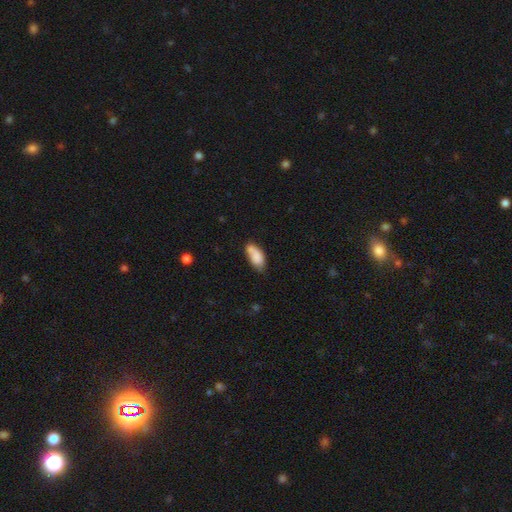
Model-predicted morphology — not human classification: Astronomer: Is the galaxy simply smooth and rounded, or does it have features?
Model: smooth — 80%.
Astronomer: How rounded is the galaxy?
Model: in between — 88%.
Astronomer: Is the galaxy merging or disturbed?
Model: none — 50% (runner-up: minor disturbance, 27%).